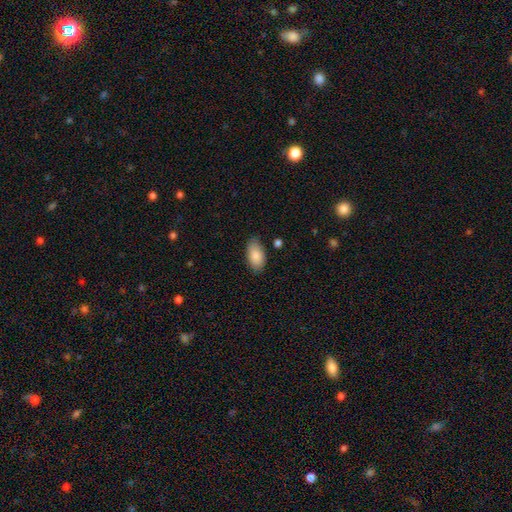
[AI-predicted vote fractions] Overall: smooth (87%). How rounded: in between (94%). Merging: none (81%).